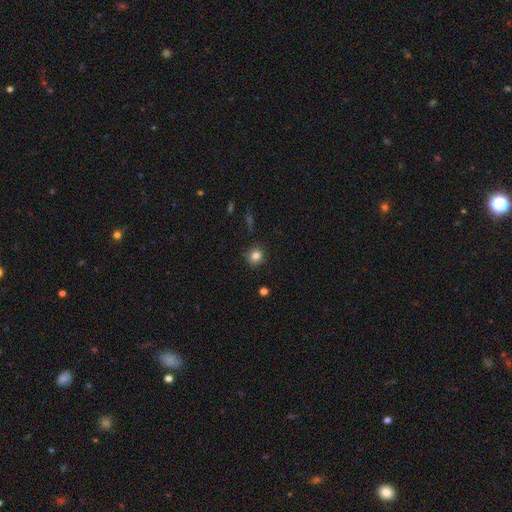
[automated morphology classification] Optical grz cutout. It shows a smooth galaxy with no disk features (82%) that is round (87%). Merging: none (85%).